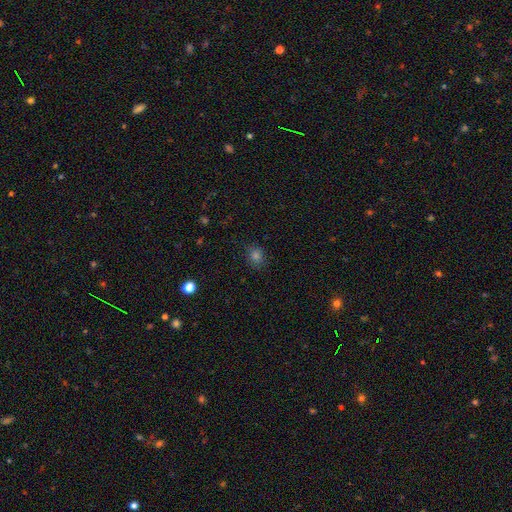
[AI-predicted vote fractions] smooth-or-featured: smooth: 75% | star or artifact: 19% | featured or disk: 6%
  how-rounded: round: 74% | in between: 25% | cigar-shaped: 1%
  merging: none: 85% | minor disturbance: 11% | major disturbance: 3% | merger: 1%